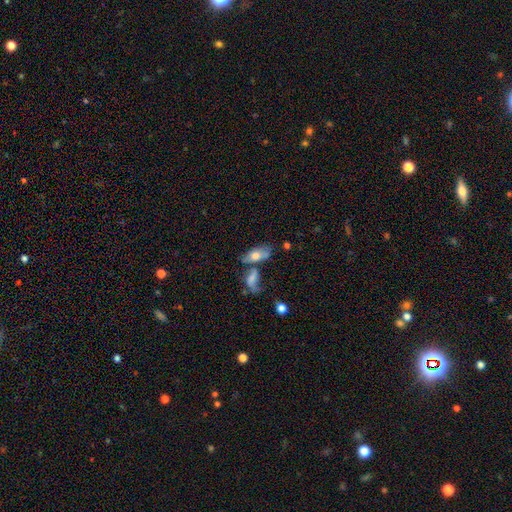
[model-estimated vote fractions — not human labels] Smooth or featured? smooth (61%)
How rounded? in between (86%)
Merging? none (34%, tied with merger)